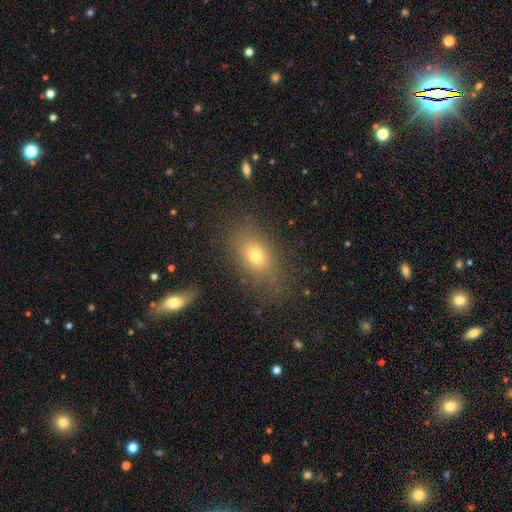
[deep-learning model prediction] smooth-or-featured: smooth: 73% | featured or disk: 14% | star or artifact: 13%
  how-rounded: in between: 80% | round: 16% | cigar-shaped: 4%
  merging: none: 78% | minor disturbance: 13% | major disturbance: 6% | merger: 3%